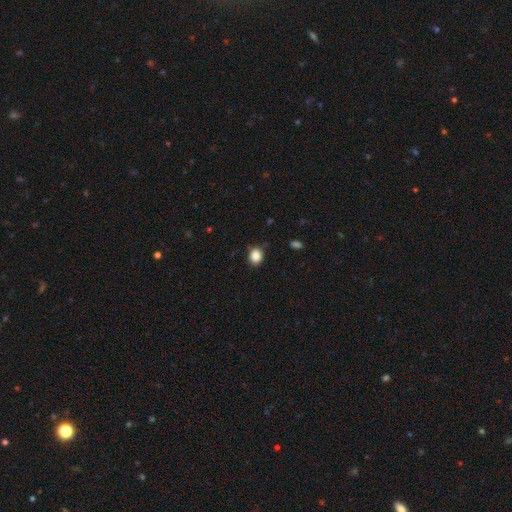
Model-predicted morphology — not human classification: Smooth or featured? Predicted: smooth (p=0.86). How rounded? Predicted: round (p=0.63). Merging? Predicted: none (p=0.81).